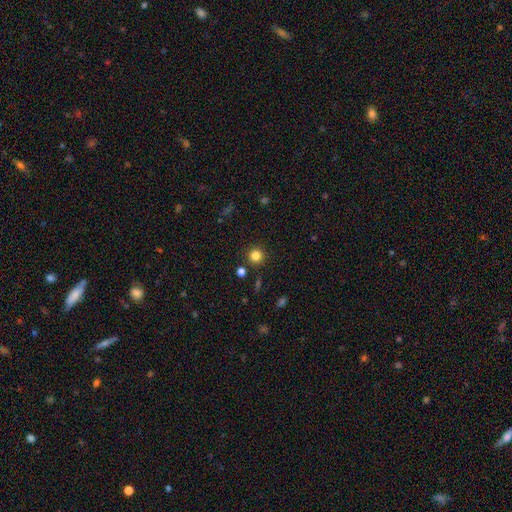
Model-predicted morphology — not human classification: smooth_or_featured: smooth (p=0.82) [alt: star or artifact p=0.13]
how_rounded: round (p=0.94) [alt: in between p=0.05]
merging: none (p=0.89) [alt: minor disturbance p=0.06]